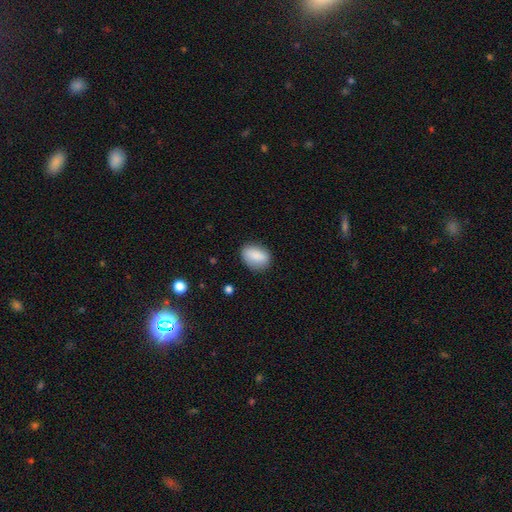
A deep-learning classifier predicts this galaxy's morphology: Smooth or featured?
  - smooth: 87% *
  - star or artifact: 7%
  - featured or disk: 6%
How rounded?
  - in between: 78% *
  - round: 20%
  - cigar-shaped: 2%
Merging?
  - none: 79% *
  - minor disturbance: 16%
  - major disturbance: 4%
  - merger: 1%